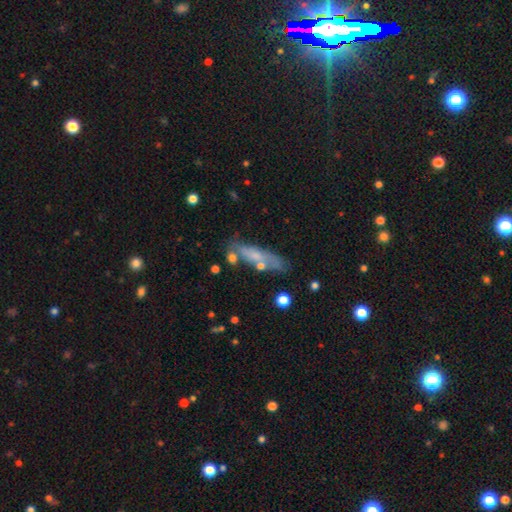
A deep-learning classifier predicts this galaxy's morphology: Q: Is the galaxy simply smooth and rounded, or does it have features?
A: smooth — 57%.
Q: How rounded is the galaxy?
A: cigar-shaped — 65%.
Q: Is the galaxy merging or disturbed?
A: none — 57%.